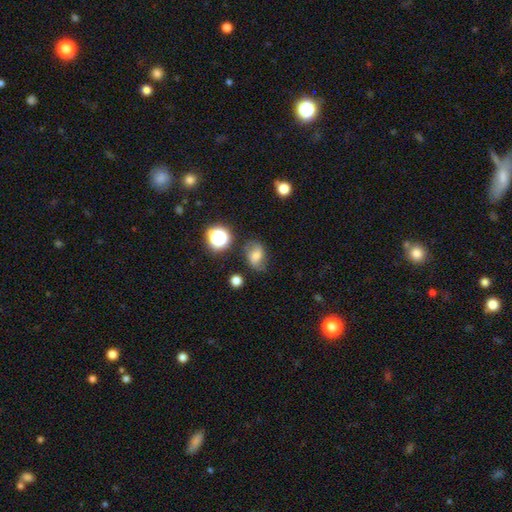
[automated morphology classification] A smooth galaxy with no disk features (60%) that is in between round and cigar-shaped (70%).

Vote fractions:
- Smooth or featured? smooth: 60% / featured or disk: 25% / star or artifact: 15%
- How rounded? in between: 70% / round: 29% / cigar-shaped: 2%
- Merging? none: 63% / minor disturbance: 24% / major disturbance: 9% / merger: 3%